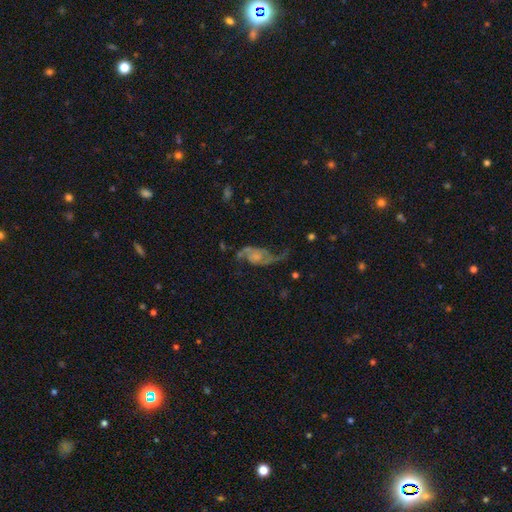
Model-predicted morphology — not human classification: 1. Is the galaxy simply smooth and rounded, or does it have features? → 79% featured or disk, 12% smooth, 9% star or artifact.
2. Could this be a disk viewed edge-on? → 95% no, 5% yes.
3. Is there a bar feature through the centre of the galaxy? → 68% no, 26% weak, 6% strong.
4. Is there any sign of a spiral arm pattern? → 91% yes, 9% no.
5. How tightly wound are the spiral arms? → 71% loose, 23% medium, 6% tight.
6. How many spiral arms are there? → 89% 2, 4% 1, 4% can't tell, 1% 3, 1% 4, 1% more than 4.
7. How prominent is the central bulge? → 39% small, 27% none, 26% moderate, 6% large, 2% dominant.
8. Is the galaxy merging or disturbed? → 50% none, 26% major disturbance, 20% minor disturbance, 4% merger.